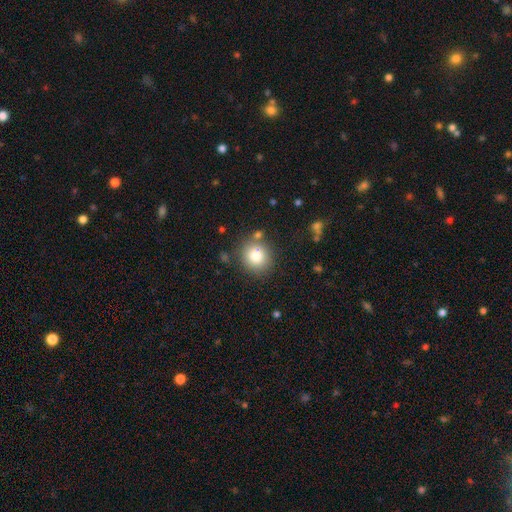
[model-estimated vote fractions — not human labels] smooth_or_featured: smooth (p=0.81) [alt: star or artifact p=0.10]
how_rounded: round (p=0.85) [alt: in between p=0.14]
merging: none (p=0.79) [alt: minor disturbance p=0.11]